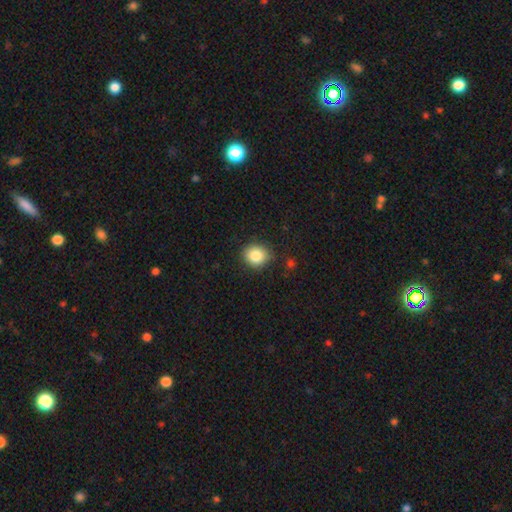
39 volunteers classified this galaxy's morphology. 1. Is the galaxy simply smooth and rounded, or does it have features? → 82% smooth, 10% star or artifact, 8% featured or disk.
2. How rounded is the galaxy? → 88% round, 12% in between, 0% cigar-shaped.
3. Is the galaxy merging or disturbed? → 89% none, 9% minor disturbance, 3% merger, 0% major disturbance.